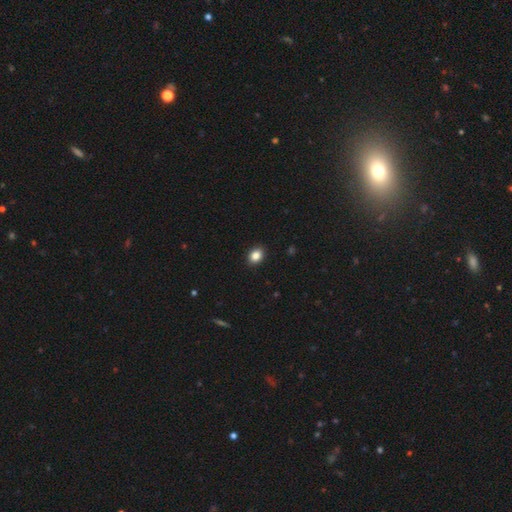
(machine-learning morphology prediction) smooth_or_featured: smooth (p=0.86) [alt: star or artifact p=0.09]
how_rounded: in between (p=0.63) [alt: round p=0.36]
merging: none (p=0.91) [alt: minor disturbance p=0.07]